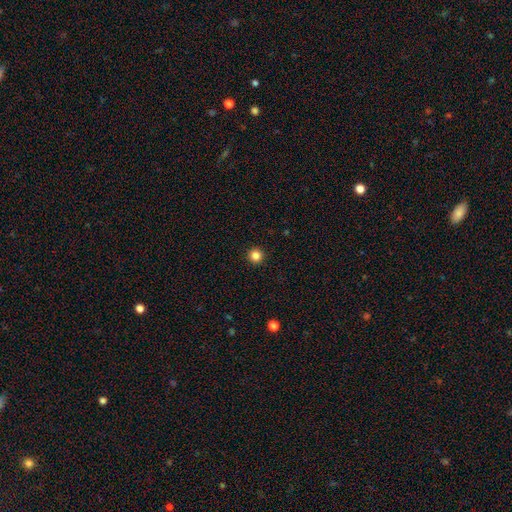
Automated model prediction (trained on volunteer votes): Q: Smooth or featured?
A: smooth (84%); runner-up: star or artifact (12%)
Q: How rounded?
A: round (96%); runner-up: in between (3%)
Q: Merging?
A: none (94%); runner-up: minor disturbance (4%)